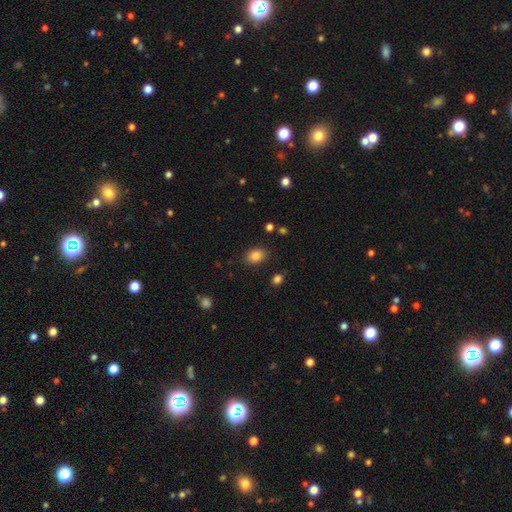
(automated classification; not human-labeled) A smooth galaxy with no disk features (85%) that is in between round and cigar-shaped (73%).

Vote fractions:
- Smooth or featured? smooth: 85% / star or artifact: 10% / featured or disk: 5%
- How rounded? in between: 73% / round: 26% / cigar-shaped: 1%
- Merging? none: 84% / minor disturbance: 10% / major disturbance: 3% / merger: 2%